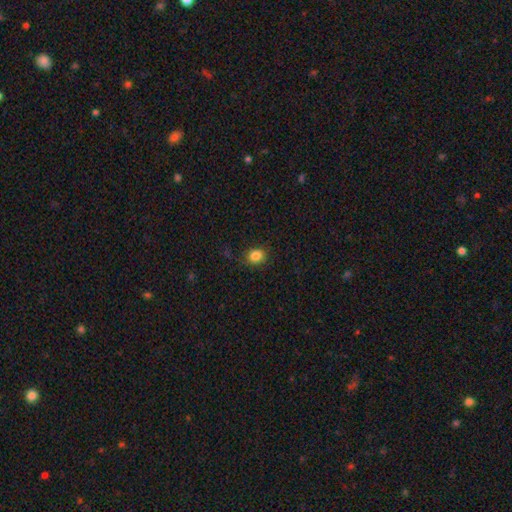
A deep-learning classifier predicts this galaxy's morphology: A smooth galaxy with no disk features (85%) that is round (68%). Merging: none (83%).